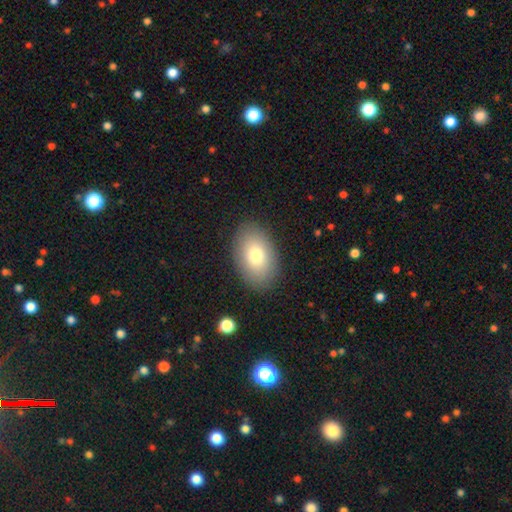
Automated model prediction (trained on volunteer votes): smooth-or-featured: smooth: 78% | featured or disk: 14% | star or artifact: 7%
  how-rounded: in between: 90% | round: 9% | cigar-shaped: 1%
  merging: none: 88% | minor disturbance: 9% | major disturbance: 3% | merger: 1%